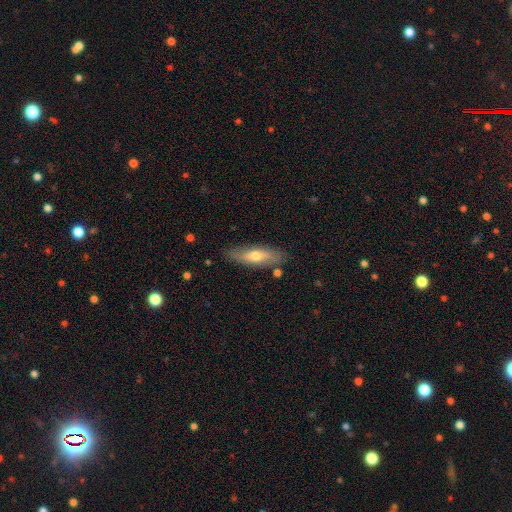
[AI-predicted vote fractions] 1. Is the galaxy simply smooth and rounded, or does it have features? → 56% smooth, 38% featured or disk, 6% star or artifact.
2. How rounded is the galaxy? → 50% in between, 48% cigar-shaped, 2% round.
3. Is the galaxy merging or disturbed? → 80% none, 14% minor disturbance, 3% merger, 3% major disturbance.